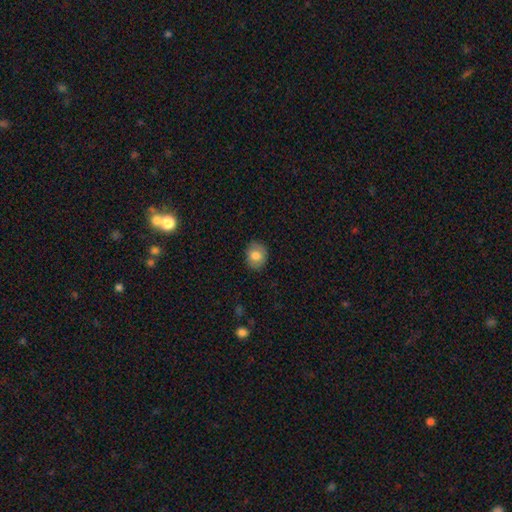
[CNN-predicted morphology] This is likely a smooth galaxy (80%). How rounded: likely round (61%). Merging: clearly none (87%).